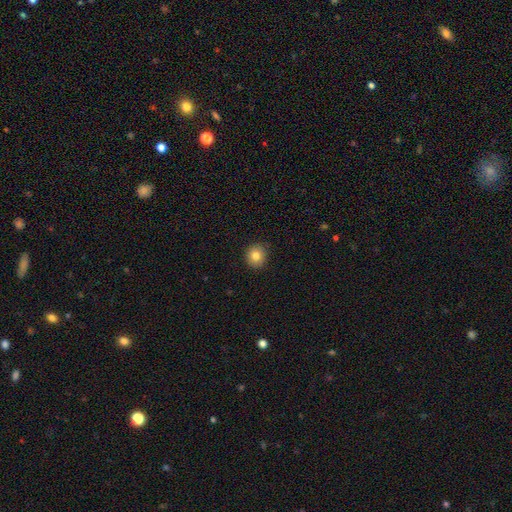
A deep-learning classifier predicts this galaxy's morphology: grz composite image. It shows a smooth galaxy with no disk features (83%) that is round (86%). Merging: none (88%).